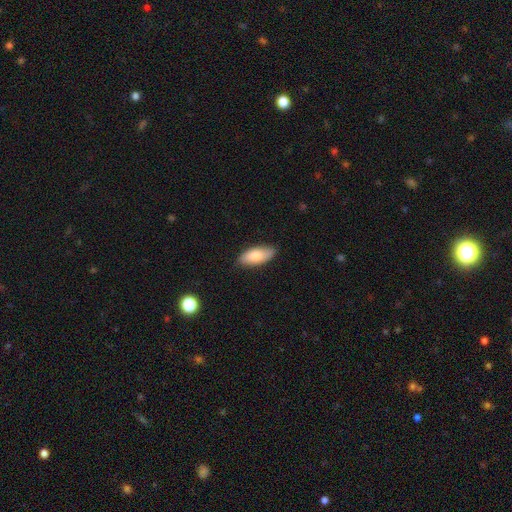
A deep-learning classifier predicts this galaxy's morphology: smooth_or_featured: smooth (p=0.82) [alt: featured or disk p=0.12]
how_rounded: in between (p=0.85) [alt: cigar-shaped p=0.13]
merging: none (p=0.83) [alt: minor disturbance p=0.14]